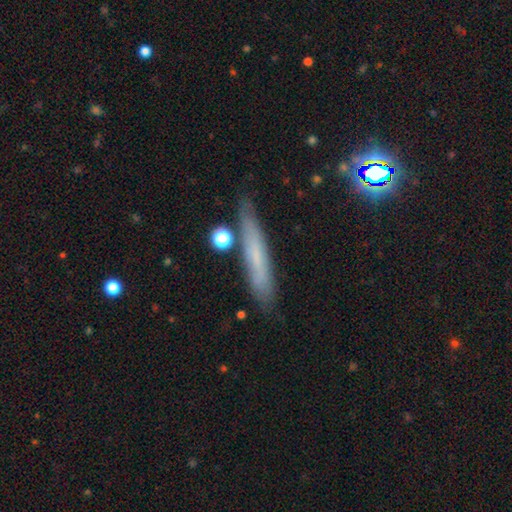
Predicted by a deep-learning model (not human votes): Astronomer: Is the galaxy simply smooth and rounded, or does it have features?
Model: smooth — 56% (runner-up: featured or disk, 33%).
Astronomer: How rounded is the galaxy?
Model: cigar-shaped — 91%.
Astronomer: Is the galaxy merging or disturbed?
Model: none — 79%.